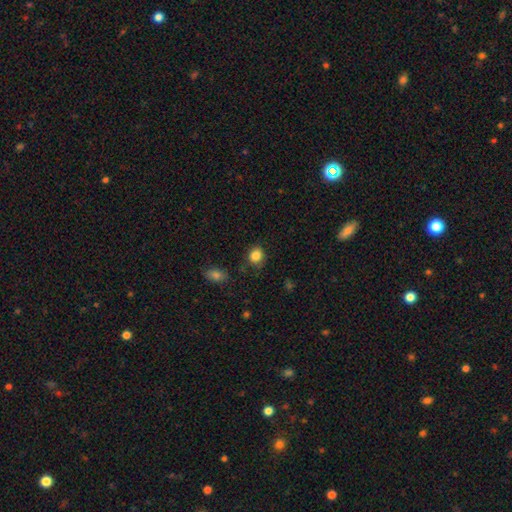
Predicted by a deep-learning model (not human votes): Overall: smooth (85%). How rounded: round (69%; in between 30%). Merging: none (77%).